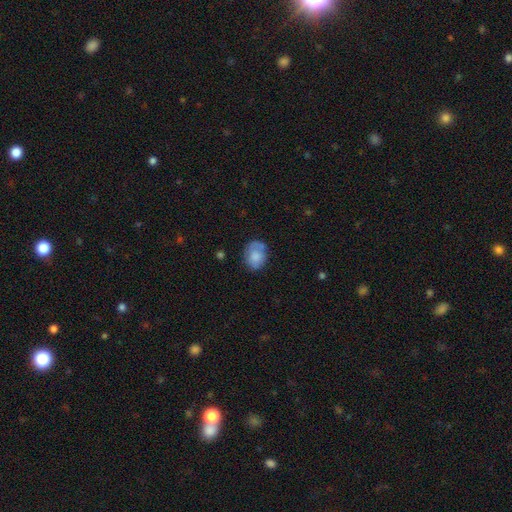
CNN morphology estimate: A smooth galaxy with no disk features (75%) that is in between round and cigar-shaped (58%). Merging: none (61%).